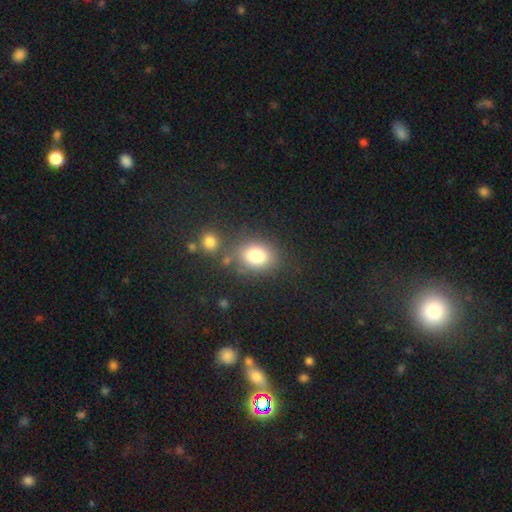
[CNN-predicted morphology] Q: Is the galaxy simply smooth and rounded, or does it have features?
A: smooth — 79%.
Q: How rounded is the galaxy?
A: in between — 54%.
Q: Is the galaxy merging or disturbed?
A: none — 70%.